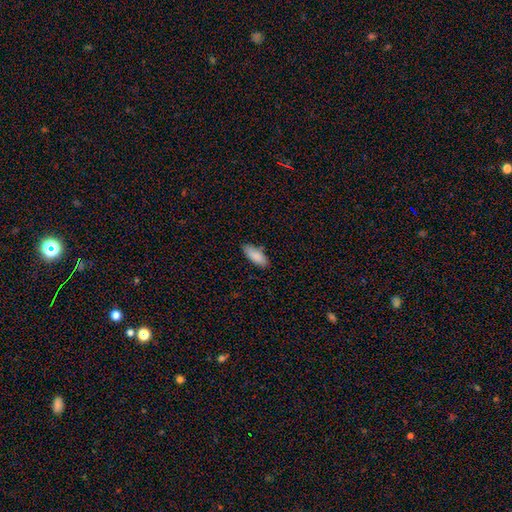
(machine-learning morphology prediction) smooth_or_featured: smooth (p=0.87) [alt: featured or disk p=0.07]
how_rounded: in between (p=0.78) [alt: cigar-shaped p=0.21]
merging: none (p=0.80) [alt: minor disturbance p=0.16]